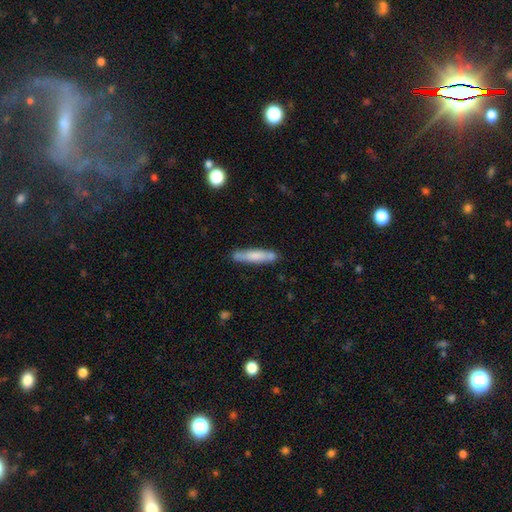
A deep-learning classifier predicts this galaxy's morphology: Smooth or featured?
  - smooth: 67% *
  - featured or disk: 27%
  - star or artifact: 6%
How rounded?
  - cigar-shaped: 87% *
  - in between: 11%
  - round: 1%
Merging?
  - none: 77% *
  - minor disturbance: 15%
  - merger: 5%
  - major disturbance: 3%